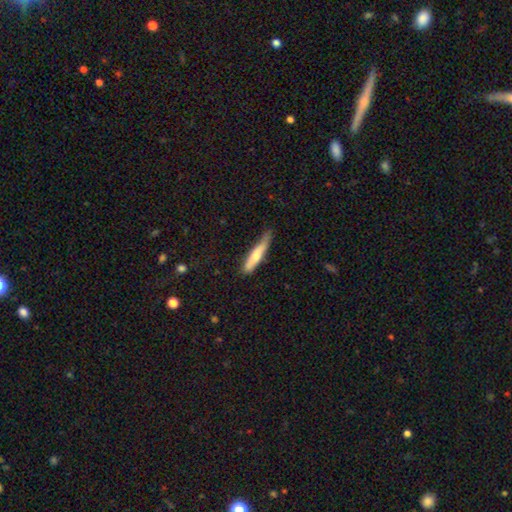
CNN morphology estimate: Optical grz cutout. It shows a smooth galaxy with no disk features (65%) that is cigar-shaped (87%). Merging: none (62%).